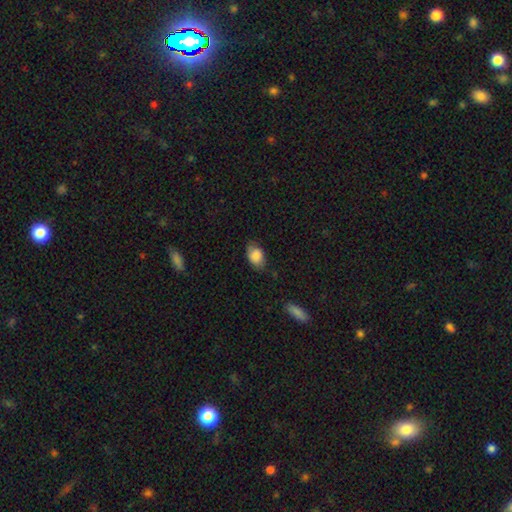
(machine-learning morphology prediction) This appears to be a smooth galaxy with no disk features (84%) that is in between round and cigar-shaped (84%). Merging: none (64%).